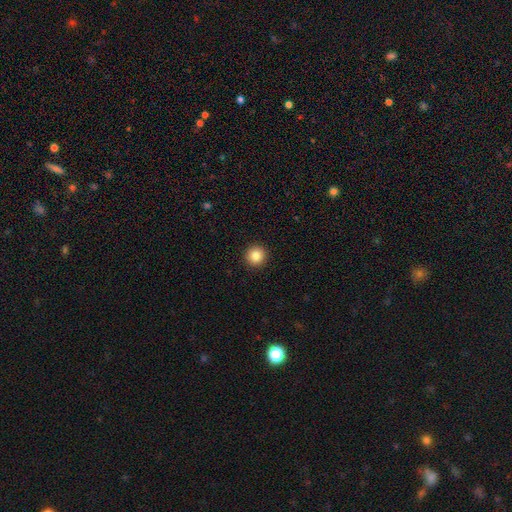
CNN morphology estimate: Smooth or featured?
  - smooth: 86% *
  - star or artifact: 10%
  - featured or disk: 5%
How rounded?
  - round: 95% *
  - in between: 4%
  - cigar-shaped: 1%
Merging?
  - none: 93% *
  - minor disturbance: 4%
  - major disturbance: 2%
  - merger: 1%